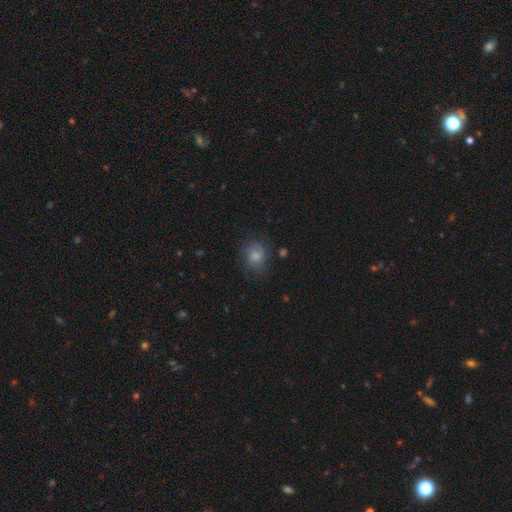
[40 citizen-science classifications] Q: Smooth or featured?
A: smooth (75%); runner-up: featured or disk (15%)
Q: How rounded?
A: round (57%); runner-up: in between (43%)
Q: Merging?
A: none (53%); runner-up: minor disturbance (39%)